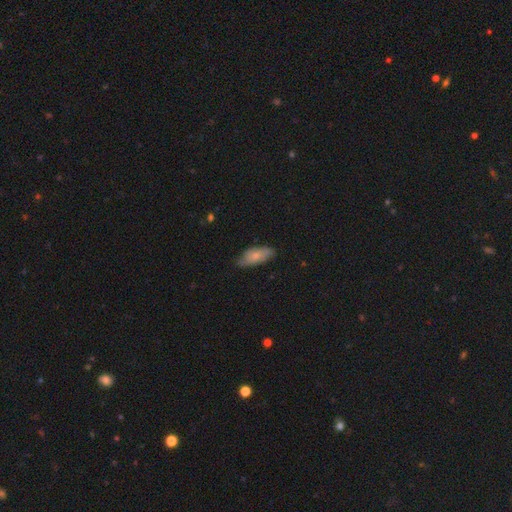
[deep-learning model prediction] Morphology: type=smooth (72%); roundness=in between (81%); merging=none (67%).